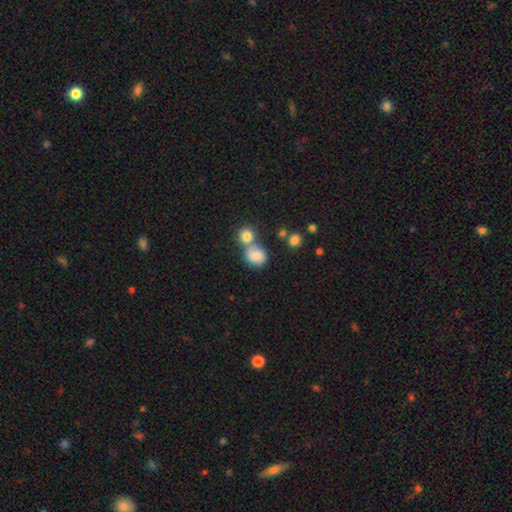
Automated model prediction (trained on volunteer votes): smooth_or_featured: smooth (p=0.77) [alt: featured or disk p=0.13]
how_rounded: round (p=0.70) [alt: in between p=0.29]
merging: merger (p=0.49) [alt: none p=0.35]